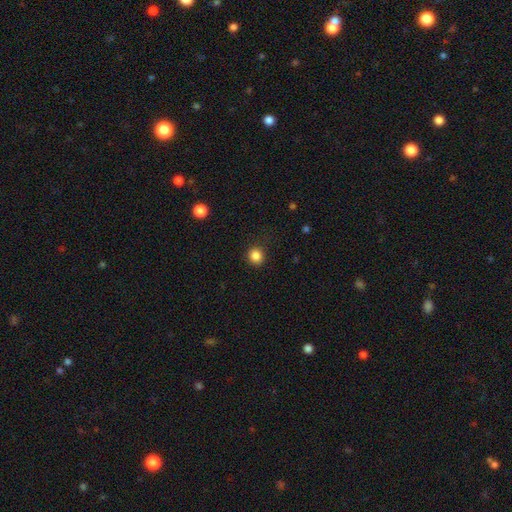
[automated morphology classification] Smooth or featured? Predicted: smooth (p=0.86). How rounded? Predicted: round (p=0.90). Merging? Predicted: none (p=0.88).